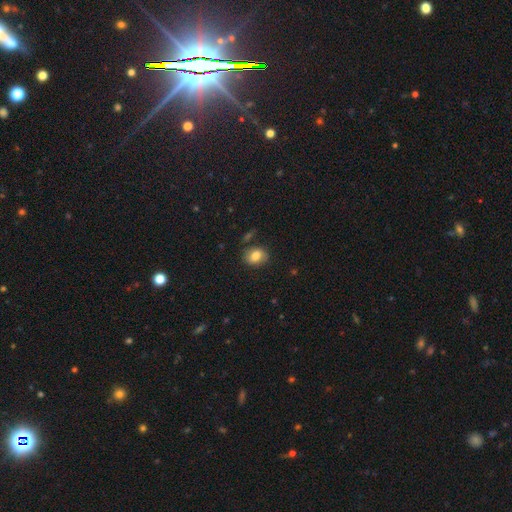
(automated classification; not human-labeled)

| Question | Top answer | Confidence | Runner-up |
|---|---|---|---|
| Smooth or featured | smooth | 80% | featured or disk (12%) |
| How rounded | in between | 64% | round (35%) |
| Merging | none | 74% | minor disturbance (17%) |